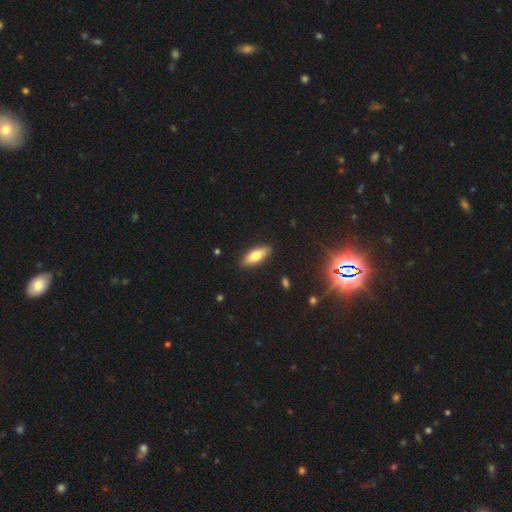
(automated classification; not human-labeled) Q: Smooth or featured?
A: smooth (72%); runner-up: featured or disk (21%)
Q: How rounded?
A: in between (69%); runner-up: cigar-shaped (28%)
Q: Merging?
A: none (88%); runner-up: minor disturbance (9%)